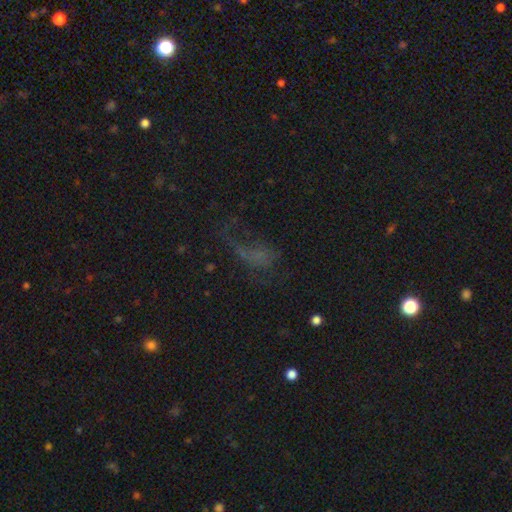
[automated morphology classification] This appears to be a smooth galaxy with no disk features (35%). Merging: major disturbance (47%).